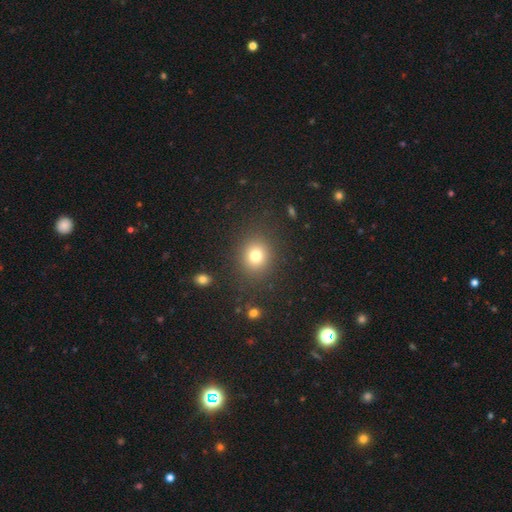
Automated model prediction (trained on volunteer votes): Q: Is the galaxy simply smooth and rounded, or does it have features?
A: smooth — 76%.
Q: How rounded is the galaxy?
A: round — 82%.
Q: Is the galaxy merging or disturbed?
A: none — 87%.